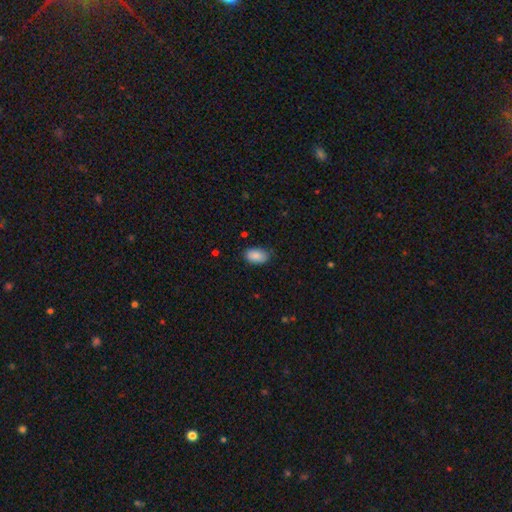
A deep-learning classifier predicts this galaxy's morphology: Smooth or featured?
  - smooth: 87% *
  - star or artifact: 7%
  - featured or disk: 6%
How rounded?
  - in between: 92% *
  - round: 6%
  - cigar-shaped: 1%
Merging?
  - none: 77% *
  - minor disturbance: 19%
  - major disturbance: 3%
  - merger: 1%